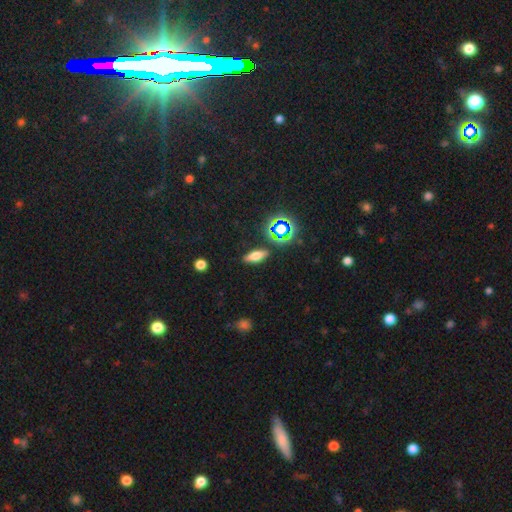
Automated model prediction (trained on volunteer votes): smooth_or_featured: smooth (p=0.60) [alt: featured or disk p=0.21]
how_rounded: in between (p=0.60) [alt: cigar-shaped p=0.33]
merging: none (p=0.86) [alt: minor disturbance p=0.09]